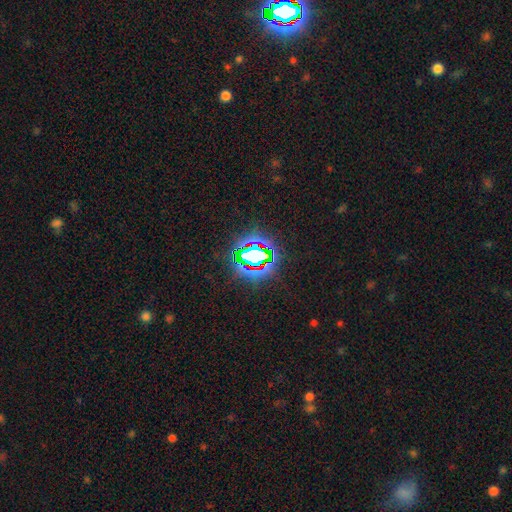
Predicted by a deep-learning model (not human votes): This is likely a star or artifact rather than a galaxy (70%).